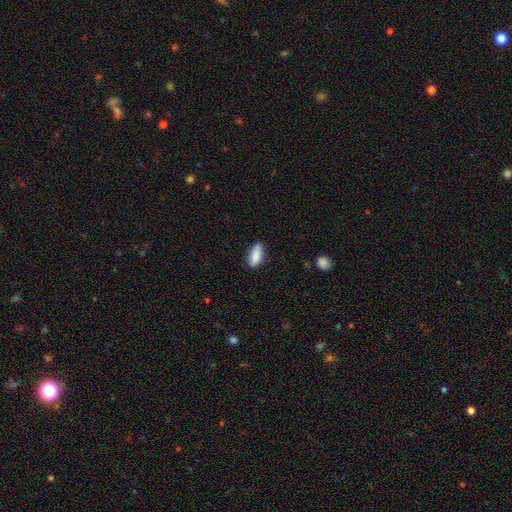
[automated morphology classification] A smooth galaxy with no disk features (88%) that is in between round and cigar-shaped (82%).

Vote fractions:
- Smooth or featured? smooth: 88% / star or artifact: 6% / featured or disk: 6%
- How rounded? in between: 82% / cigar-shaped: 16% / round: 2%
- Merging? none: 81% / minor disturbance: 15% / major disturbance: 3% / merger: 1%